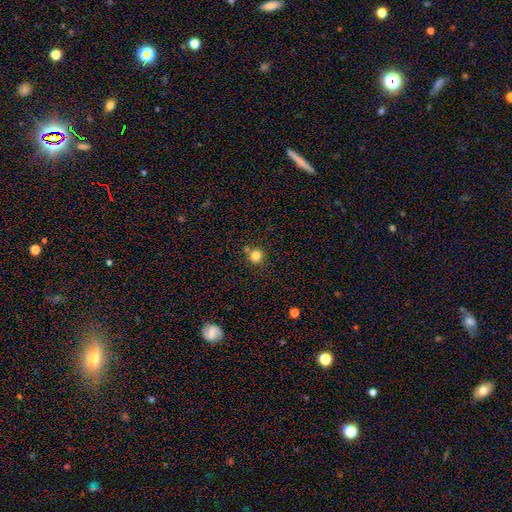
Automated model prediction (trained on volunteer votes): Smooth or featured? smooth (82%)
How rounded? round (94%)
Merging? none (79%)